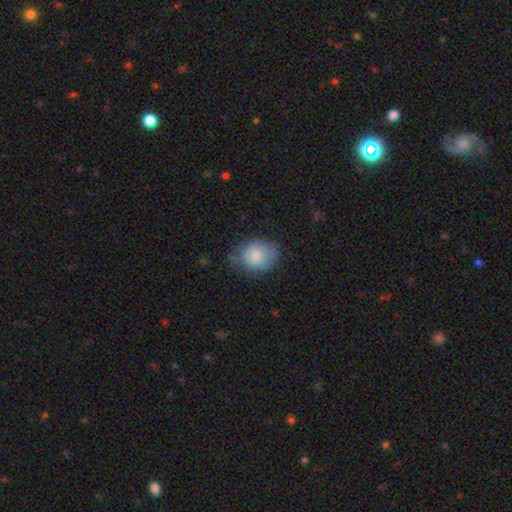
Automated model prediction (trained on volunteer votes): Smooth or featured? smooth (81%)
How rounded? round (52%)
Merging? none (54%)